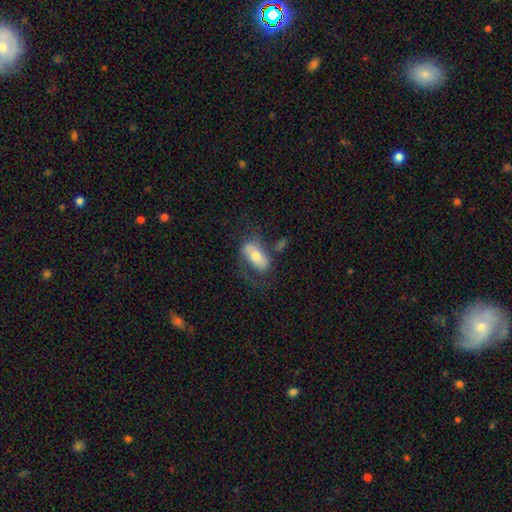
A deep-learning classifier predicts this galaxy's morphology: Smooth or featured?
  - smooth: 50% *
  - featured or disk: 43%
  - star or artifact: 7%
How rounded?
  - in between: 88% *
  - cigar-shaped: 7%
  - round: 5%
Merging?
  - none: 45% *
  - major disturbance: 24%
  - minor disturbance: 22%
  - merger: 9%